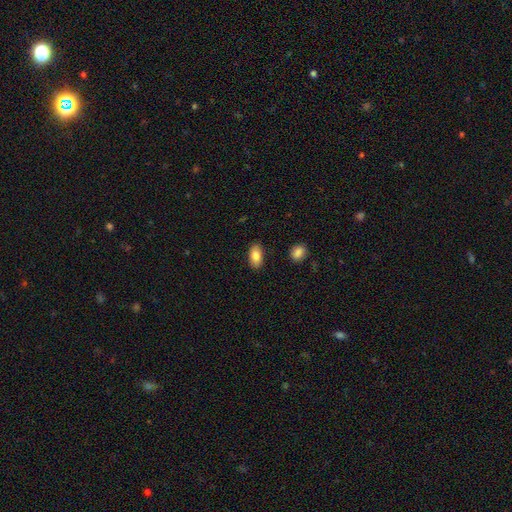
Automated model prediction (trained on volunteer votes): A smooth galaxy with no disk features (83%) that is in between round and cigar-shaped (92%). Merging: none (87%).